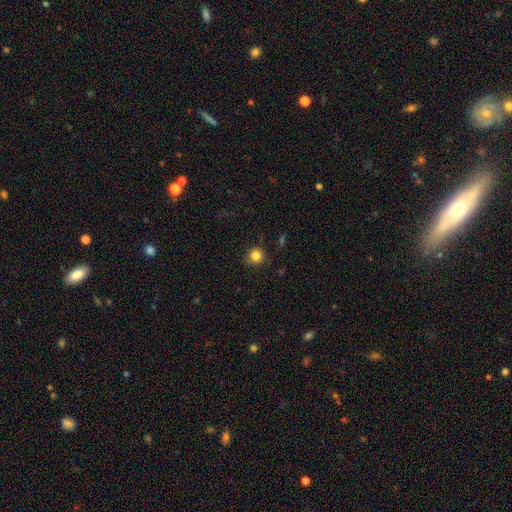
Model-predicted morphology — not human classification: This appears to be a smooth galaxy with no disk features (83%) that is round (92%). Merging: none (87%).